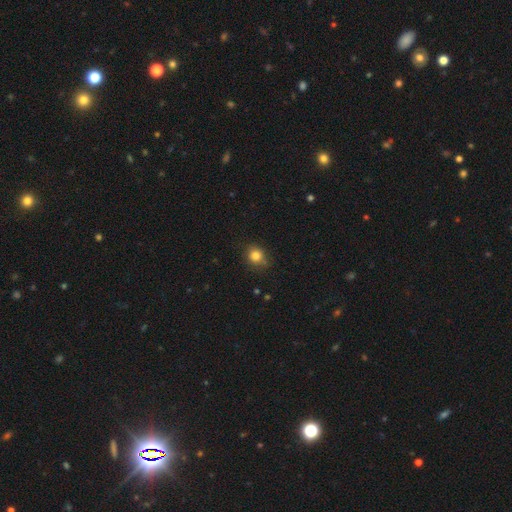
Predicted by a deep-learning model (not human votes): smooth 83%, star or artifact 11%, featured or disk 6%. Down the decision tree: how rounded — round (75%); merging — none (76%).